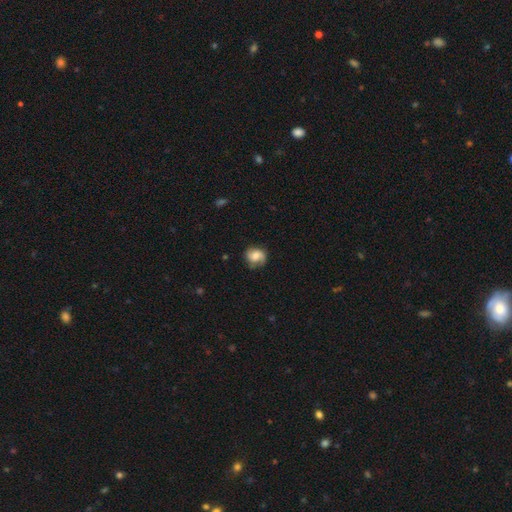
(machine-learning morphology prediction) Overall: smooth (48%; featured or disk 43%). Merging: none (65%).